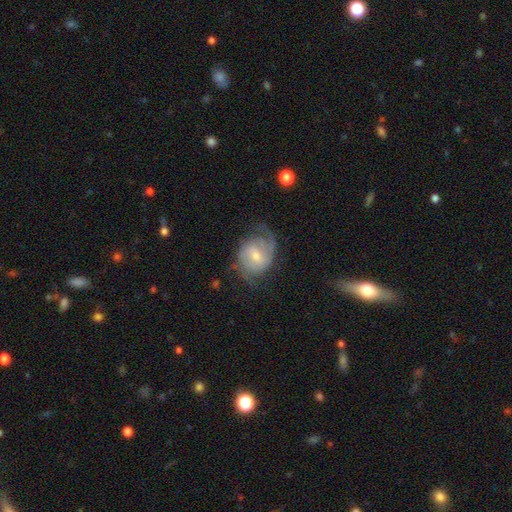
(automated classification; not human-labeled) Q: Smooth or featured?
A: featured or disk (77%); runner-up: smooth (17%)
Q: Edge-on disk?
A: no (97%); runner-up: yes (3%)
Q: Bar?
A: weak (52%); runner-up: no (36%)
Q: Spiral arms?
A: yes (93%); runner-up: no (7%)
Q: Spiral winding?
A: medium (41%); runner-up: tight (38%)
Q: Spiral arm count?
A: 2 (56%); runner-up: can't tell (20%)
Q: Bulge size?
A: moderate (51%); runner-up: small (42%)
Q: Merging?
A: none (62%); runner-up: minor disturbance (22%)